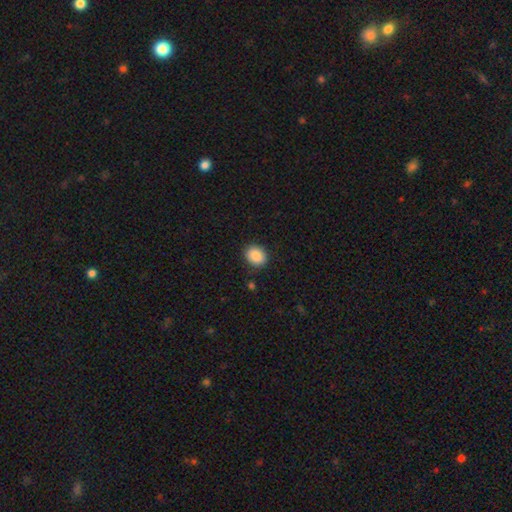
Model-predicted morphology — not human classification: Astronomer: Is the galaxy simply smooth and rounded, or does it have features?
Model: smooth — 89%.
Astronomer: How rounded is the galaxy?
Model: round — 57% (runner-up: in between, 42%).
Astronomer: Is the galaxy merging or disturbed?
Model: none — 88%.